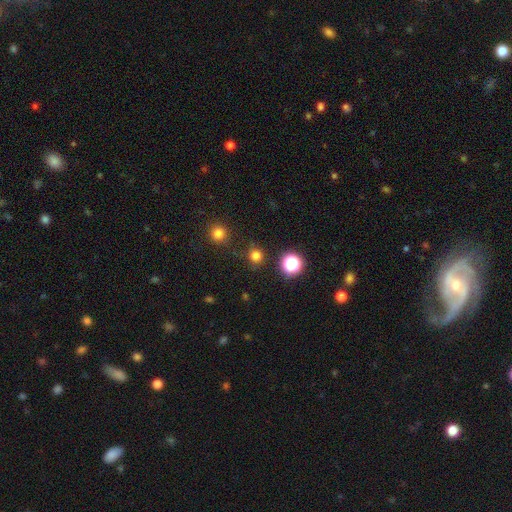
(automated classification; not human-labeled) Morphology: type=smooth (75%); roundness=round (92%); merging=none (84%).